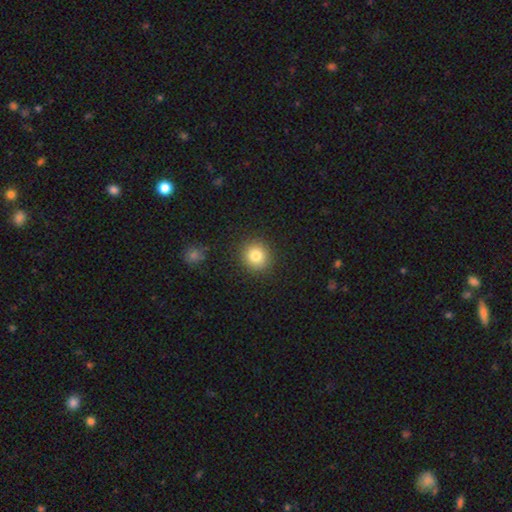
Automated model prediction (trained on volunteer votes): A smooth galaxy with no disk features (81%) that is round (91%).

Vote fractions:
- Smooth or featured? smooth: 81% / star or artifact: 11% / featured or disk: 8%
- How rounded? round: 91% / in between: 8% / cigar-shaped: 1%
- Merging? none: 90% / minor disturbance: 7% / major disturbance: 2% / merger: 1%